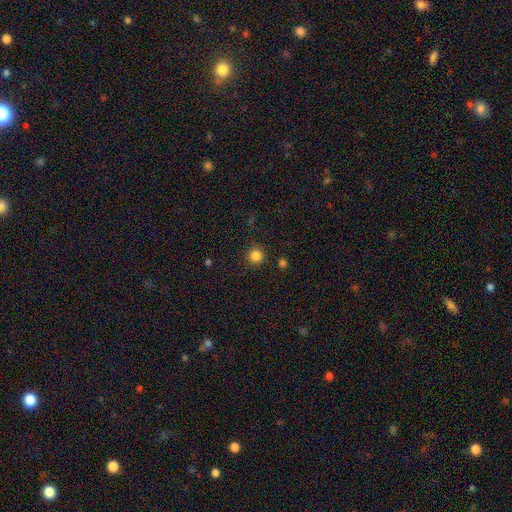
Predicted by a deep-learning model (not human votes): Smooth or featured: smooth — 84% (star or artifact — 12%)
How rounded: round — 95% (in between — 4%)
Merging: none — 90% (minor disturbance — 6%)